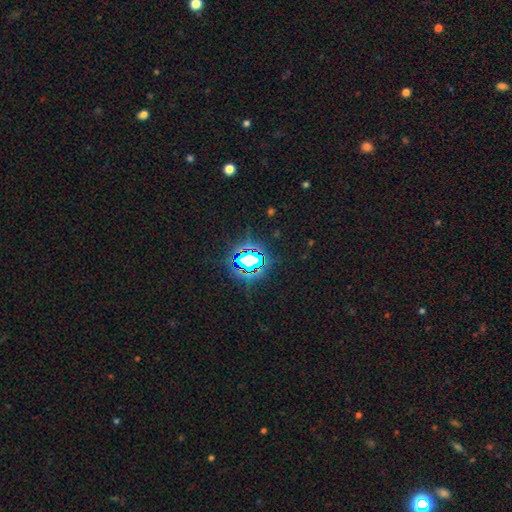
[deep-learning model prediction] A star or artifact, not a galaxy (79%).